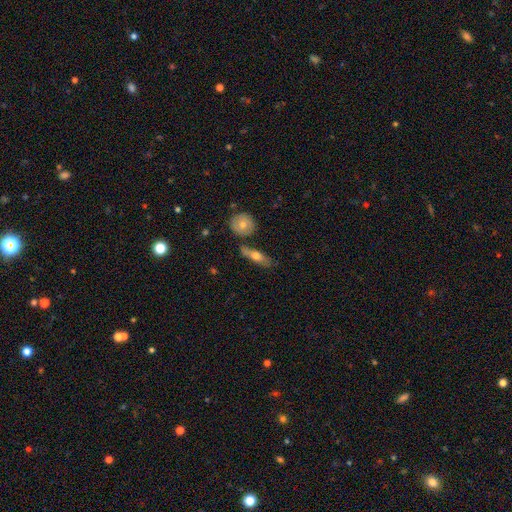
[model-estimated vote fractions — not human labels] Smooth or featured?
  - smooth: 60% *
  - featured or disk: 34%
  - star or artifact: 6%
How rounded?
  - cigar-shaped: 54% *
  - in between: 41%
  - round: 6%
Merging?
  - none: 68% *
  - minor disturbance: 14%
  - merger: 14%
  - major disturbance: 4%